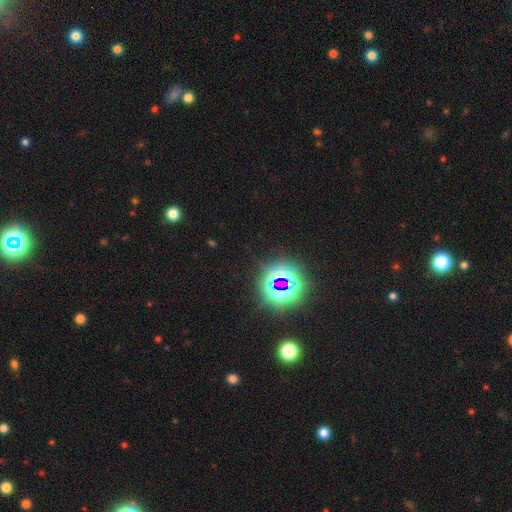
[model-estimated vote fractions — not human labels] Smooth or featured? Predicted: star or artifact (p=0.74).